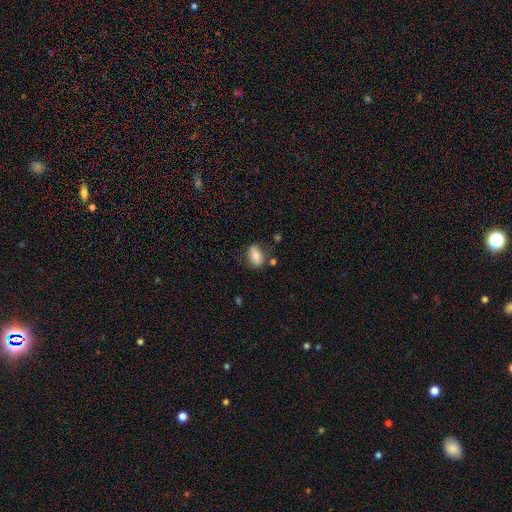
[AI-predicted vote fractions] smooth 77%, featured or disk 15%, star or artifact 8%. Down the decision tree: how rounded — in between (86%); merging — none (71%).